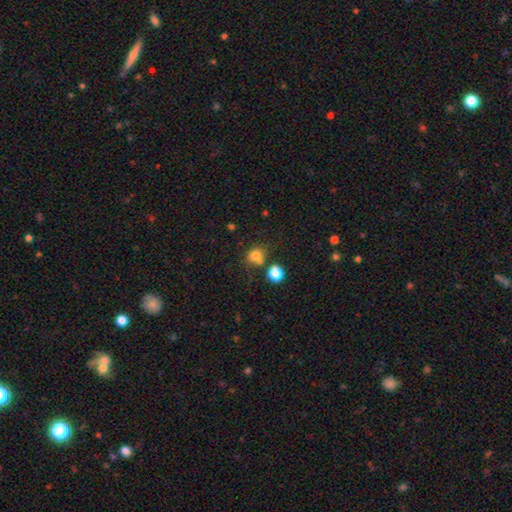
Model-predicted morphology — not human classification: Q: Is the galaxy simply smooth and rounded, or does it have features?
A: smooth — 77%.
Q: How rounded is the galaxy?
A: round — 76%.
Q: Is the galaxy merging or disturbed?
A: none — 57%.